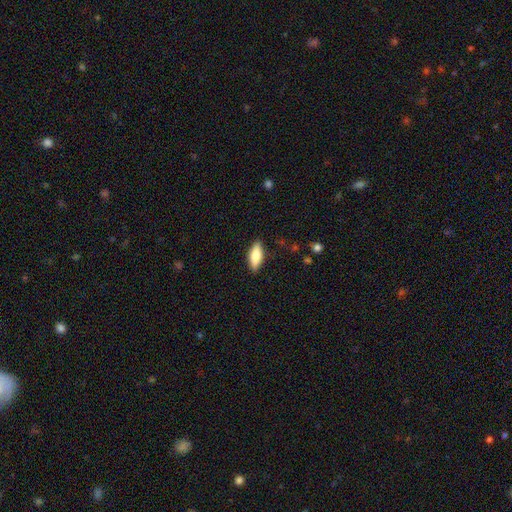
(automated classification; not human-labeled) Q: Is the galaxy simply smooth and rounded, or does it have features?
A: smooth — 70%.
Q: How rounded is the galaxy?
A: in between — 70%.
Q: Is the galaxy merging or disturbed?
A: none — 87%.